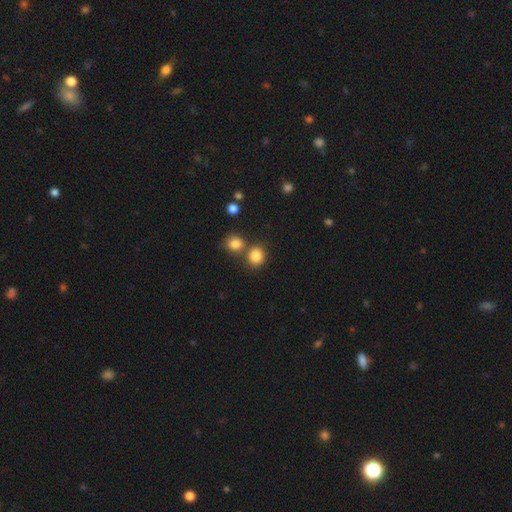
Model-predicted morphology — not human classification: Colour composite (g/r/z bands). It shows a smooth galaxy with no disk features (84%) that is round (76%). Merging: none (65%).